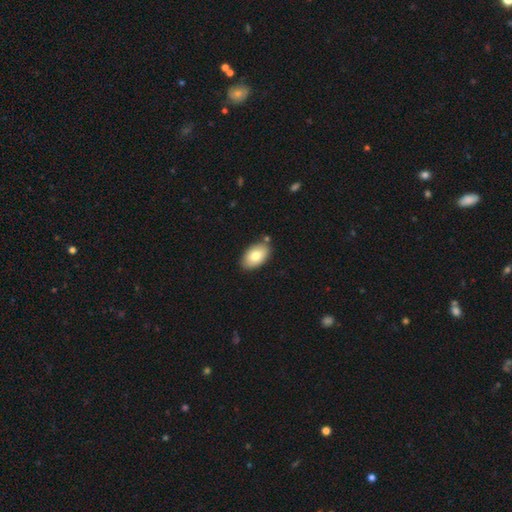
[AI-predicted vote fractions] Smooth or featured? Predicted: smooth (p=0.80). How rounded? Predicted: in between (p=0.93). Merging? Predicted: none (p=0.83).